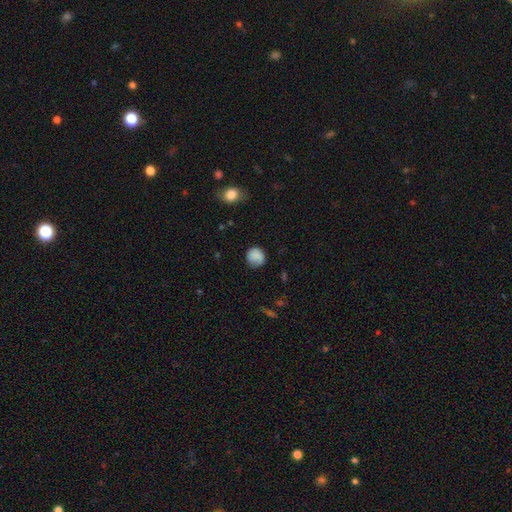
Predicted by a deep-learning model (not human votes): smooth_or_featured: smooth (p=0.85) [alt: star or artifact p=0.09]
how_rounded: round (p=0.86) [alt: in between p=0.13]
merging: none (p=0.73) [alt: minor disturbance p=0.21]